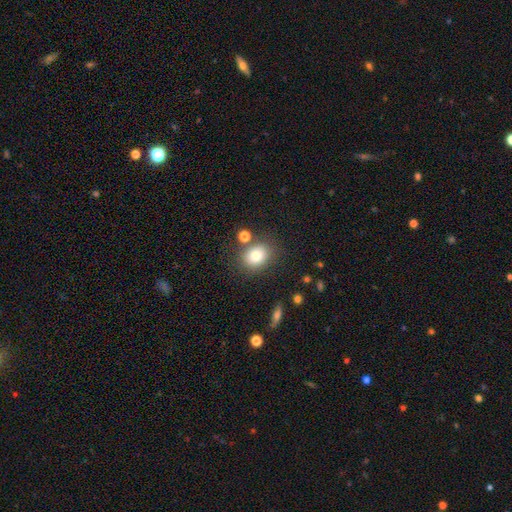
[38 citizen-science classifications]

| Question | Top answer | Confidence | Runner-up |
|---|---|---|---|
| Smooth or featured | smooth | 84% | featured or disk (13%) |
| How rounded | round | 53% | in between (47%) |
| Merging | none | 70% | minor disturbance (14%) |